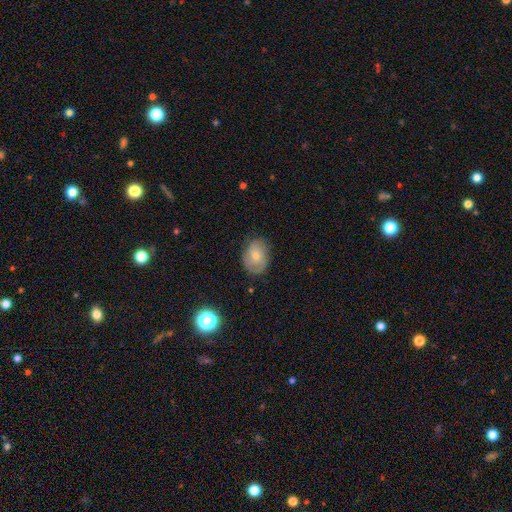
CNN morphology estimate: Q: Smooth or featured?
A: smooth (60%); runner-up: featured or disk (31%)
Q: How rounded?
A: in between (66%); runner-up: round (33%)
Q: Merging?
A: none (68%); runner-up: minor disturbance (24%)